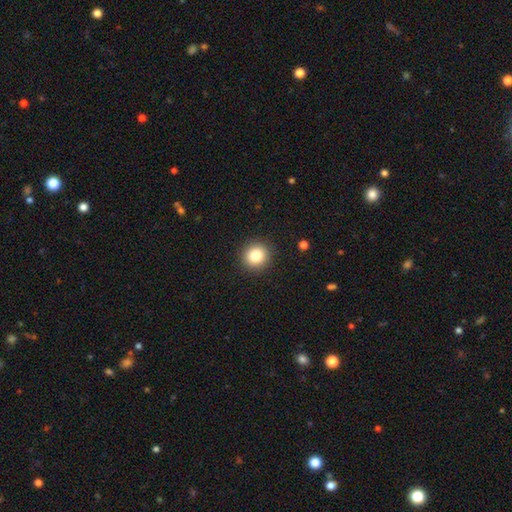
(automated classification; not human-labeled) A smooth galaxy with no disk features (83%) that is round (92%). Merging: none (92%).